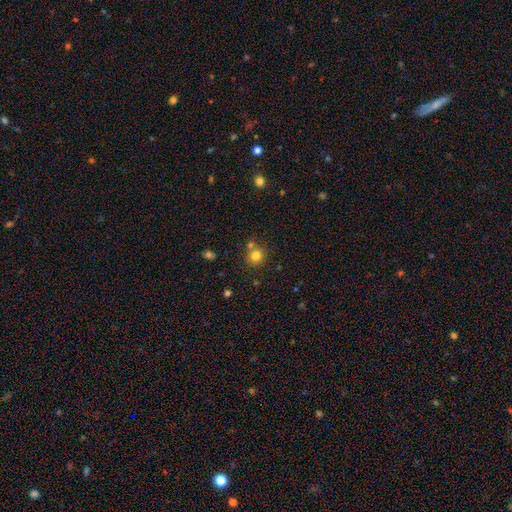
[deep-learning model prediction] Smooth or featured: smooth — 79% (star or artifact — 14%)
How rounded: round — 88% (in between — 11%)
Merging: none — 70% (merger — 18%)